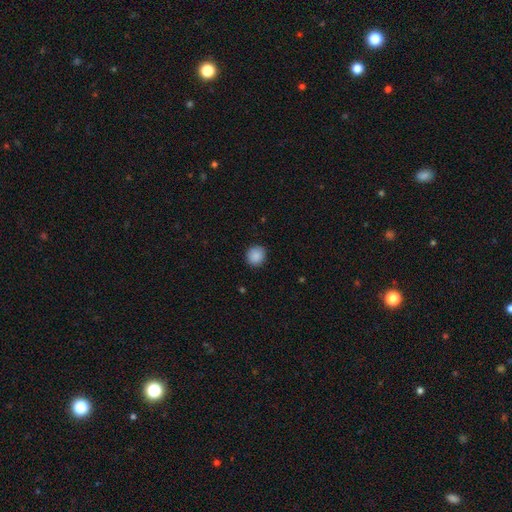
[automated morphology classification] Smooth or featured? smooth (89%)
How rounded? round (90%)
Merging? none (90%)